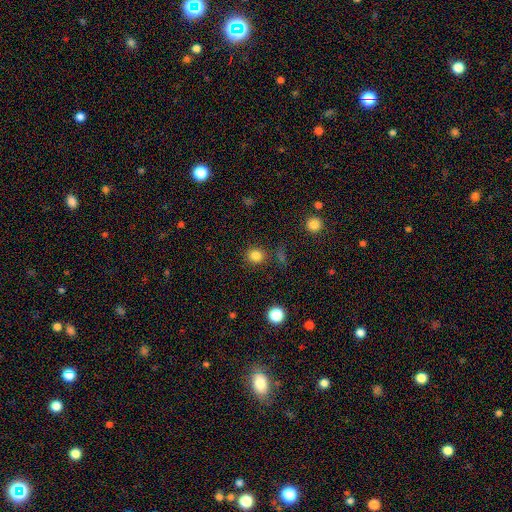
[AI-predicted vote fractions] Smooth or featured? smooth (83%)
How rounded? round (86%)
Merging? none (85%)